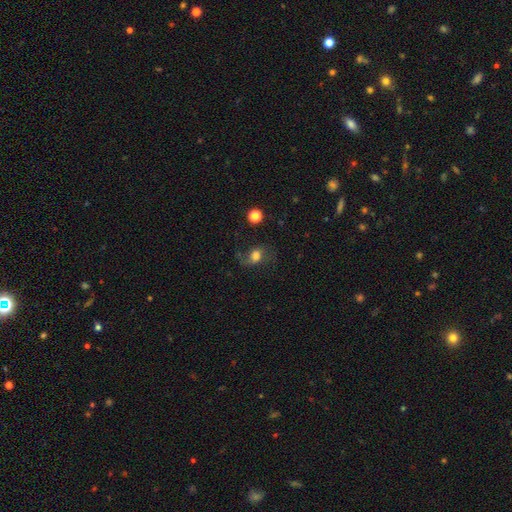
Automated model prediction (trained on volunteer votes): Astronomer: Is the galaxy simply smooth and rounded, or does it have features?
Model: smooth — 52% (runner-up: featured or disk, 35%).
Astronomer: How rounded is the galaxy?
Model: in between — 53% (runner-up: round, 45%).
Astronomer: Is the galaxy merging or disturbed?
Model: none — 51%.